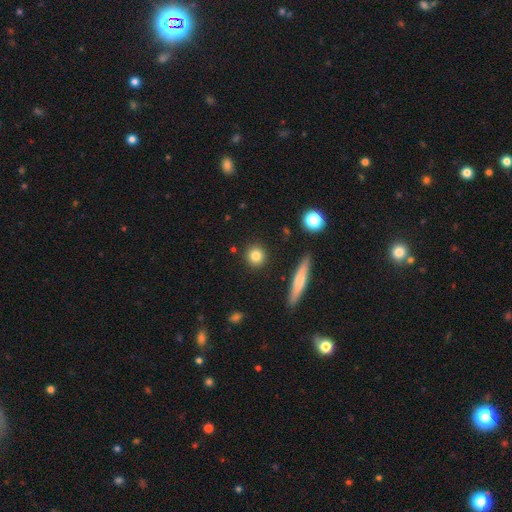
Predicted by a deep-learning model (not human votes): Smooth or featured?
  - smooth: 82% *
  - star or artifact: 9%
  - featured or disk: 9%
How rounded?
  - round: 87% *
  - in between: 10%
  - cigar-shaped: 3%
Merging?
  - none: 90% *
  - minor disturbance: 6%
  - merger: 2%
  - major disturbance: 2%